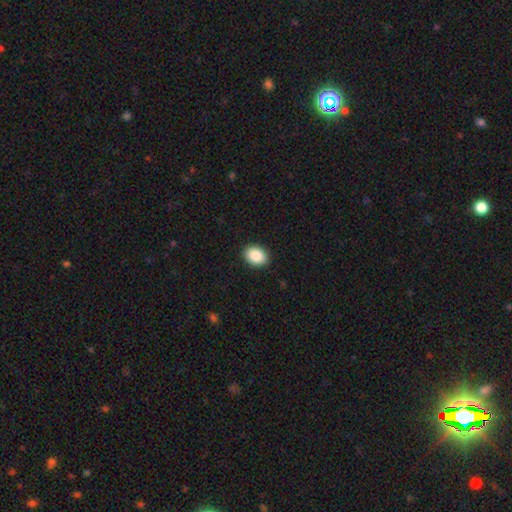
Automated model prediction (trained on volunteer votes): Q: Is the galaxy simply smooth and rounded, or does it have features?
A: smooth — 89%.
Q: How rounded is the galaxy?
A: in between — 75%.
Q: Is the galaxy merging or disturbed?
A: none — 90%.